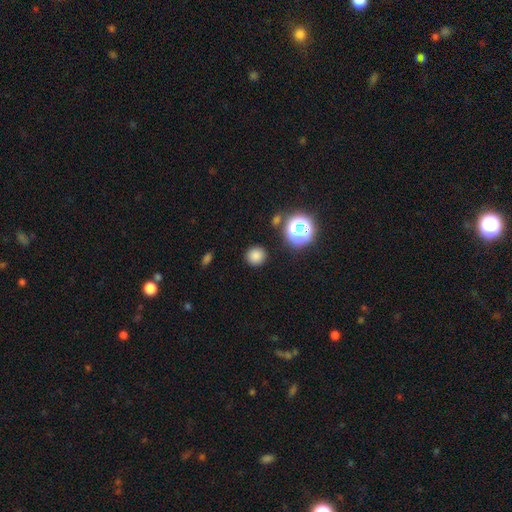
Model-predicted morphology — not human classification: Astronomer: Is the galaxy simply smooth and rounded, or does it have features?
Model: smooth — 80%.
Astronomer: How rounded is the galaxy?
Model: round — 90%.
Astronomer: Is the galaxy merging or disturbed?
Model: none — 88%.